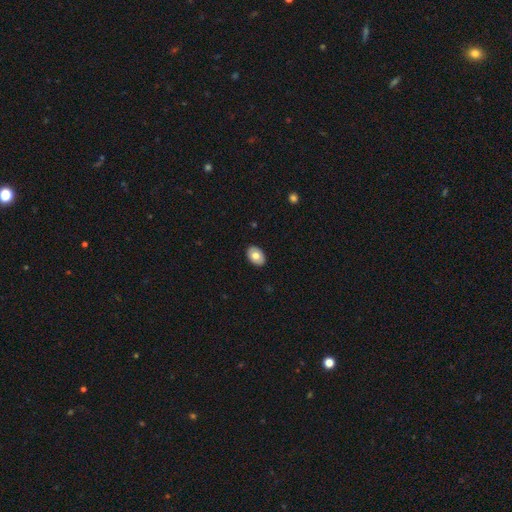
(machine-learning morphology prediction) The model was most divided on "smooth or featured": smooth: 73%, featured or disk: 21%, star or artifact: 7%. More confident: merging — none (89%); how rounded — in between (85%).